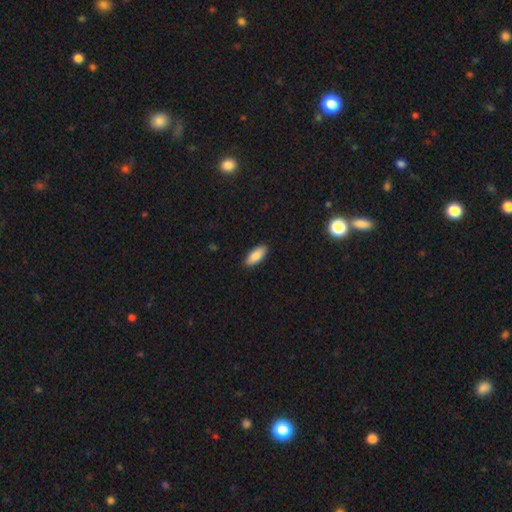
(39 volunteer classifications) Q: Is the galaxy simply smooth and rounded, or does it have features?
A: smooth — 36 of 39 (92%).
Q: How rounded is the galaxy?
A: in between — 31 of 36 (86%).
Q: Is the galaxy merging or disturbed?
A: none — 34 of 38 (89%).